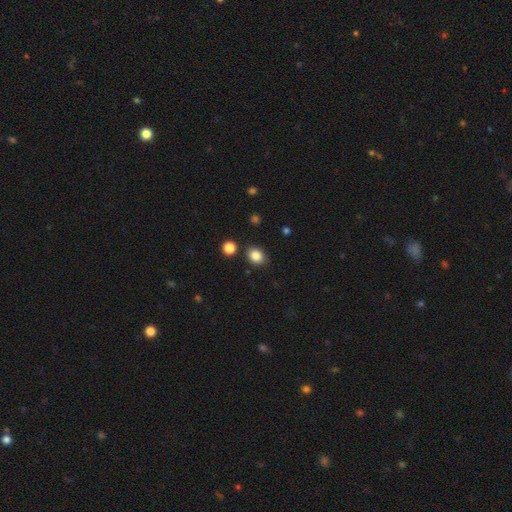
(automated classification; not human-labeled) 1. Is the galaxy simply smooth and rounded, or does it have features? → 86% smooth, 10% star or artifact, 4% featured or disk.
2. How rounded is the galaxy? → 53% in between, 46% round, 1% cigar-shaped.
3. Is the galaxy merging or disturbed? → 83% none, 10% minor disturbance, 4% merger, 3% major disturbance.